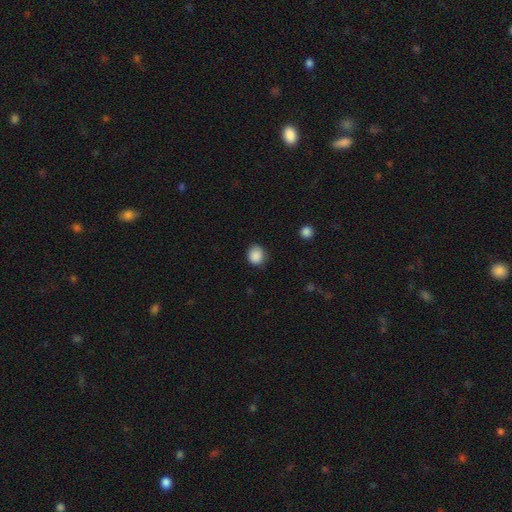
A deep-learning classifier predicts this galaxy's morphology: A smooth galaxy with no disk features (88%) that is round (67%). Merging: none (80%).